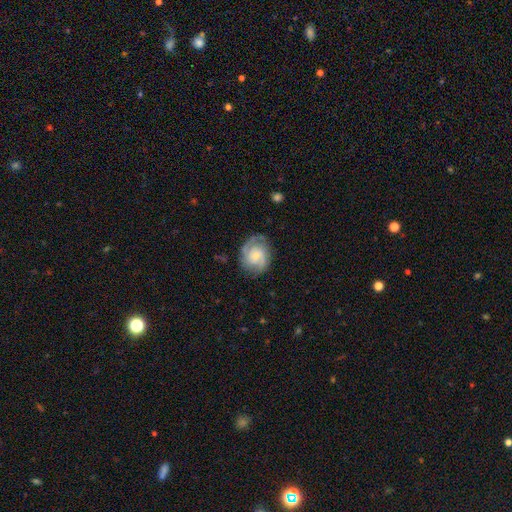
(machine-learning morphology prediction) Smooth or featured?
  - featured or disk: 78% *
  - smooth: 16%
  - star or artifact: 6%
Edge-on disk?
  - no: 98% *
  - yes: 2%
Bar?
  - no: 65% *
  - weak: 30%
  - strong: 5%
Spiral arms?
  - yes: 94% *
  - no: 6%
Spiral winding?
  - tight: 48% *
  - medium: 41%
  - loose: 11%
Spiral arm count?
  - 2: 67% *
  - can't tell: 14%
  - 3: 10%
  - 1: 4%
  - 4: 3%
  - more than 4: 2%
Bulge size?
  - small: 65% *
  - moderate: 28%
  - none: 4%
  - large: 2%
  - dominant: 1%
Merging?
  - none: 74% *
  - minor disturbance: 18%
  - major disturbance: 7%
  - merger: 1%